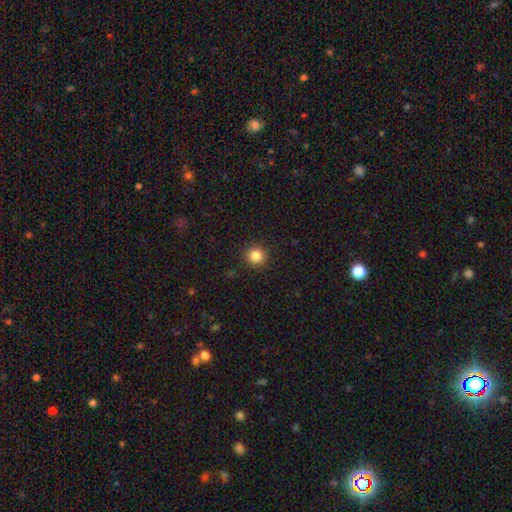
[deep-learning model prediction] smooth_or_featured: smooth (p=0.85) [alt: star or artifact p=0.11]
how_rounded: round (p=0.93) [alt: in between p=0.06]
merging: none (p=0.91) [alt: minor disturbance p=0.06]